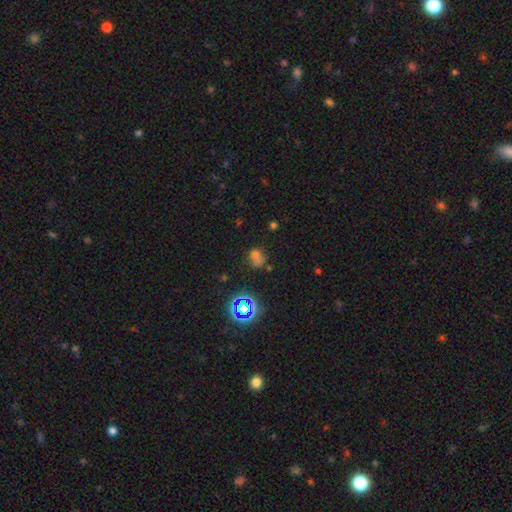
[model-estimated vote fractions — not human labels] Smooth or featured? Predicted: smooth (p=0.58). How rounded? Predicted: round (p=0.67). Merging? Predicted: none (p=0.47).